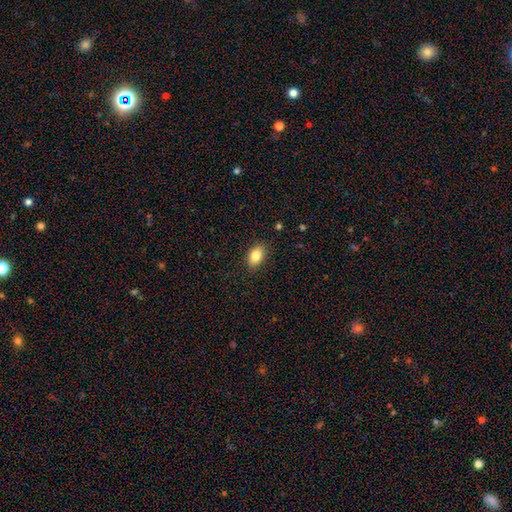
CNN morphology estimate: A smooth galaxy with no disk features (84%) that is in between round and cigar-shaped (86%).

Vote fractions:
- Smooth or featured? smooth: 84% / star or artifact: 8% / featured or disk: 8%
- How rounded? in between: 86% / round: 12% / cigar-shaped: 2%
- Merging? none: 87% / minor disturbance: 10% / major disturbance: 2% / merger: 1%